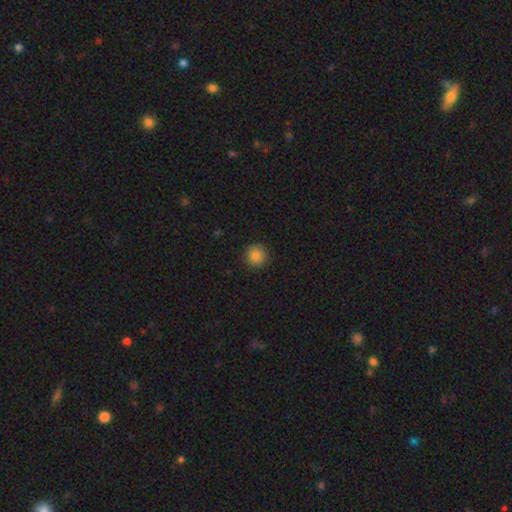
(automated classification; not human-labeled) Smooth or featured? smooth (84%)
How rounded? round (95%)
Merging? none (91%)